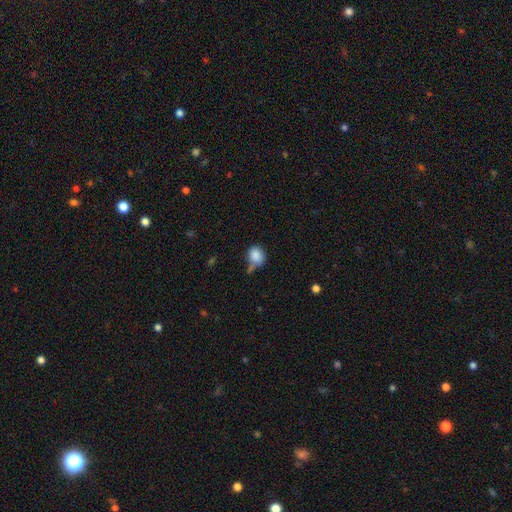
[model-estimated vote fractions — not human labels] Overall: smooth (84%). How rounded: round (62%; in between 37%). Merging: none (41%; minor disturbance 29%).